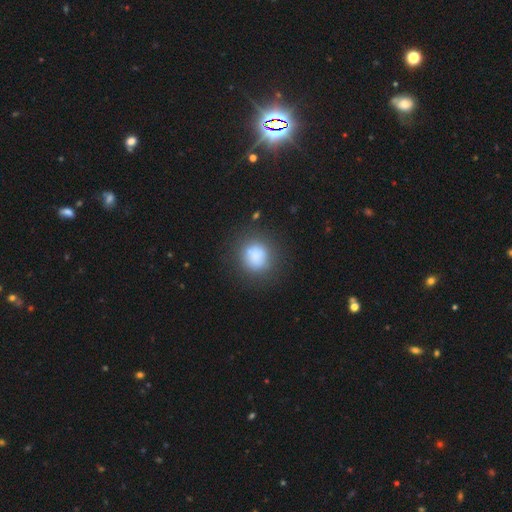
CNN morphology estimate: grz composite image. It shows a smooth galaxy with no disk features (79%) that is round (86%). Merging: none (73%).